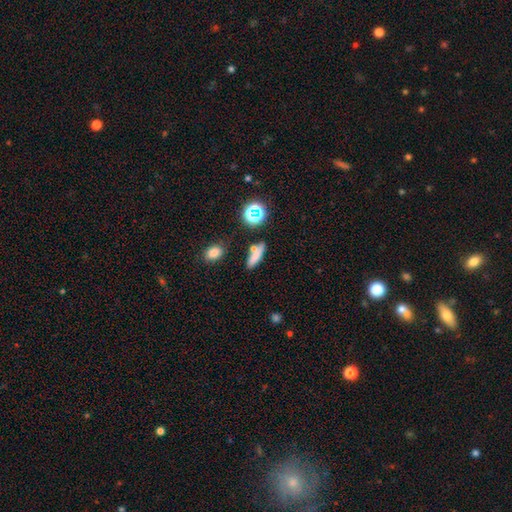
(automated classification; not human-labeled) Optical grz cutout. It shows a smooth galaxy with no disk features (73%) that is cigar-shaped (60%). Merging: none (68%).